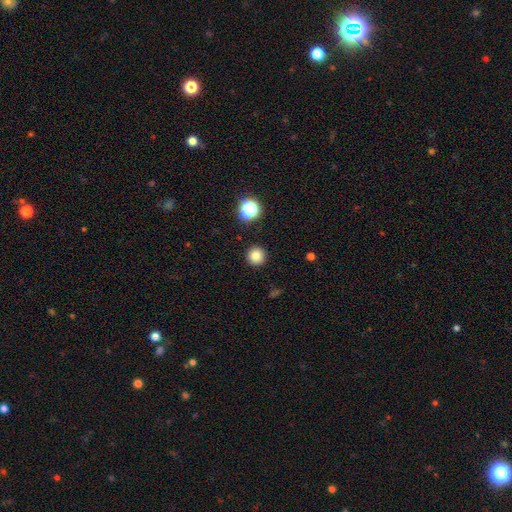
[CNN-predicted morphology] A smooth galaxy with no disk features (82%) that is round (95%). Merging: none (92%).